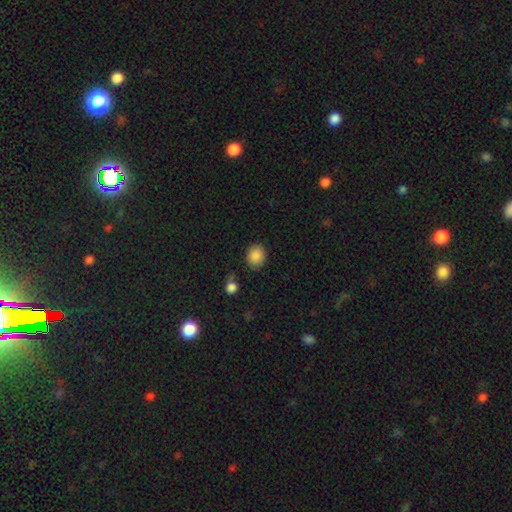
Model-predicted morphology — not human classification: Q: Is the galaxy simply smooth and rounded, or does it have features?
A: smooth — 87%.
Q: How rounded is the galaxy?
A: round — 62%.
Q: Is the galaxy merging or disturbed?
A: none — 83%.